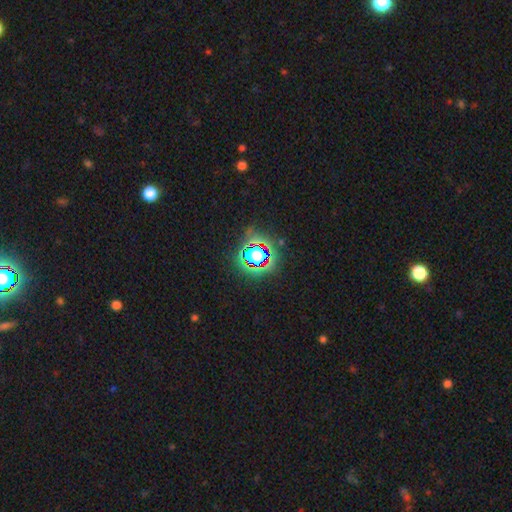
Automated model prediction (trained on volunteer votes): Overall: star or artifact (77%).